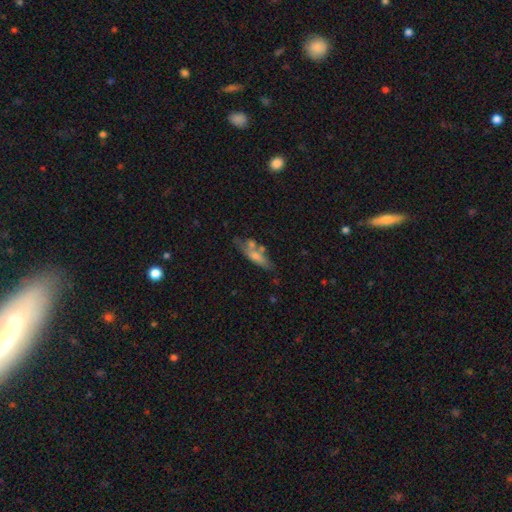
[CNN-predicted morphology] A smooth galaxy with no disk features (61%) that is cigar-shaped (56%).

Vote fractions:
- Smooth or featured? smooth: 61% / featured or disk: 32% / star or artifact: 7%
- How rounded? cigar-shaped: 56% / in between: 41% / round: 3%
- Merging? none: 51% / merger: 22% / minor disturbance: 20% / major disturbance: 8%